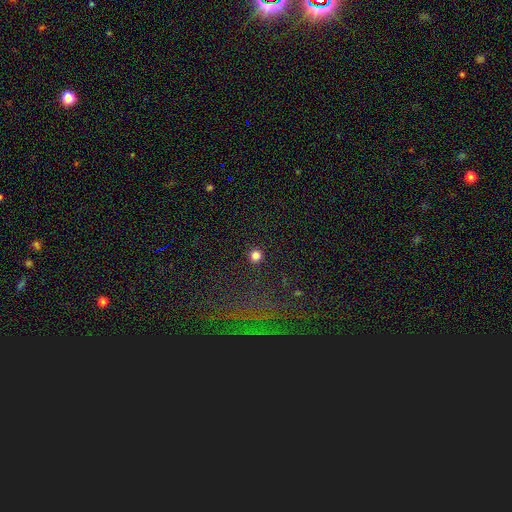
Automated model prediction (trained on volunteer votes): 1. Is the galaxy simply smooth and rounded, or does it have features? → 81% smooth, 14% star or artifact, 4% featured or disk.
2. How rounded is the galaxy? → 95% round, 4% in between, 1% cigar-shaped.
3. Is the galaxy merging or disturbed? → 93% none, 4% minor disturbance, 2% major disturbance, 1% merger.